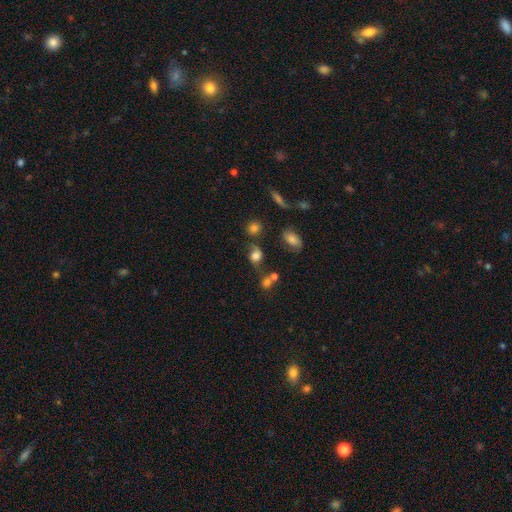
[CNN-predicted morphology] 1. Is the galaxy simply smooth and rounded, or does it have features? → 63% smooth, 21% featured or disk, 15% star or artifact.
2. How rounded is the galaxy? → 53% round, 44% in between, 3% cigar-shaped.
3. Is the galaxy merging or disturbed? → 47% none, 20% minor disturbance, 19% merger, 14% major disturbance.